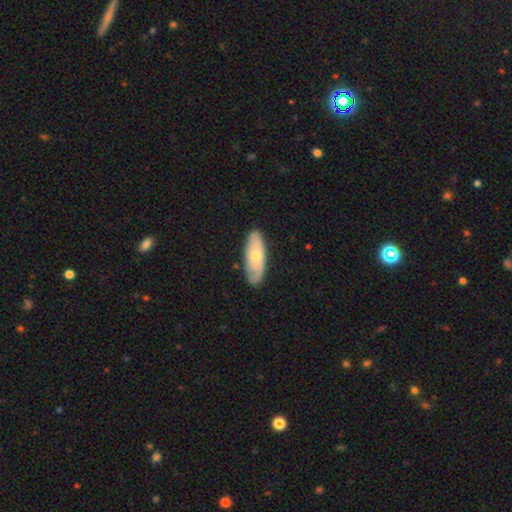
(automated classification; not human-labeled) Overall: smooth (52%; featured or disk 43%). How rounded: in between (74%). Merging: none (81%).